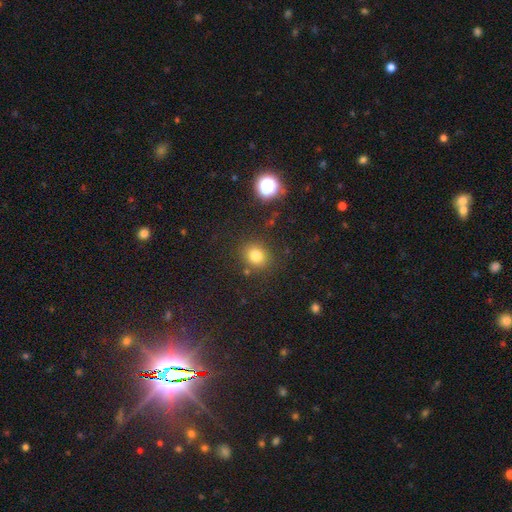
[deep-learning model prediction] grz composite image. It shows a smooth galaxy with no disk features (79%) that is round (75%). Merging: none (84%).